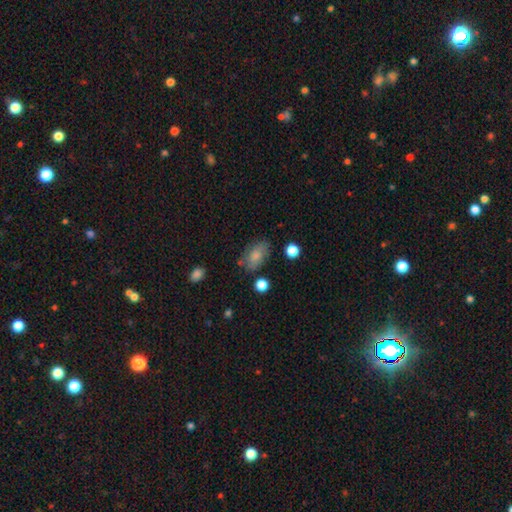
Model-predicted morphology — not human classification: Overall: smooth (77%). How rounded: in between (88%). Merging: none (69%).